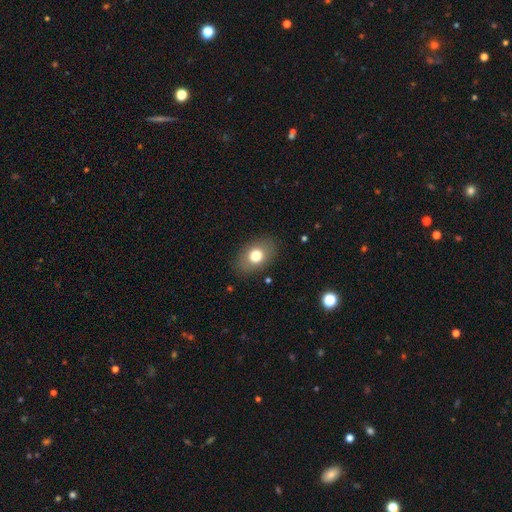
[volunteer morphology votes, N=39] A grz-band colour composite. It shows a smooth galaxy with no disk features (72%) that is in between round and cigar-shaped (68%). Merging: none (71%).